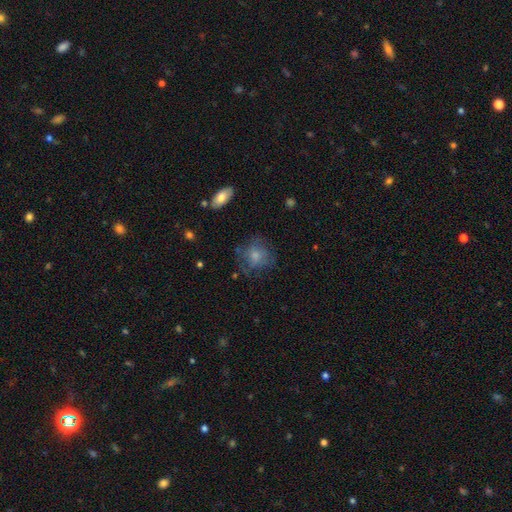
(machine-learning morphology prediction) type=smooth (68%); roundness=round (77%); merging=none (60%).